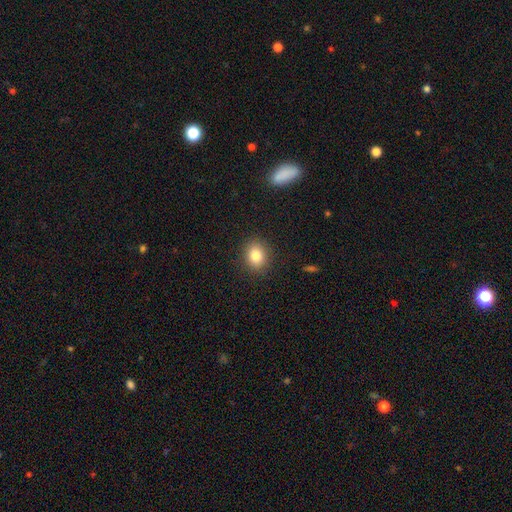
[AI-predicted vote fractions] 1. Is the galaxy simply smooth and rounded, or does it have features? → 82% smooth, 10% star or artifact, 8% featured or disk.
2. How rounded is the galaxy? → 61% round, 38% in between, 1% cigar-shaped.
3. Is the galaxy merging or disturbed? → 89% none, 8% minor disturbance, 3% major disturbance, 1% merger.